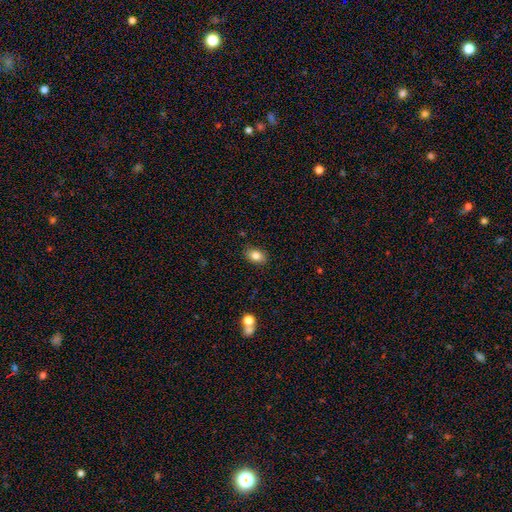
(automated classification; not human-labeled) Smooth or featured? smooth (83%)
How rounded? in between (82%)
Merging? none (86%)